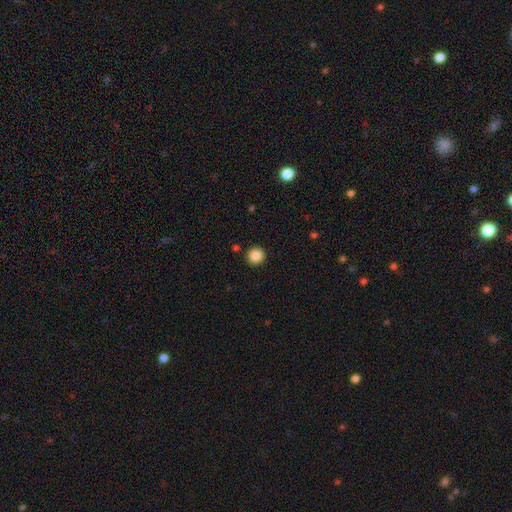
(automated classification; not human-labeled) Morphology: type=smooth (86%); roundness=round (95%); merging=none (92%).